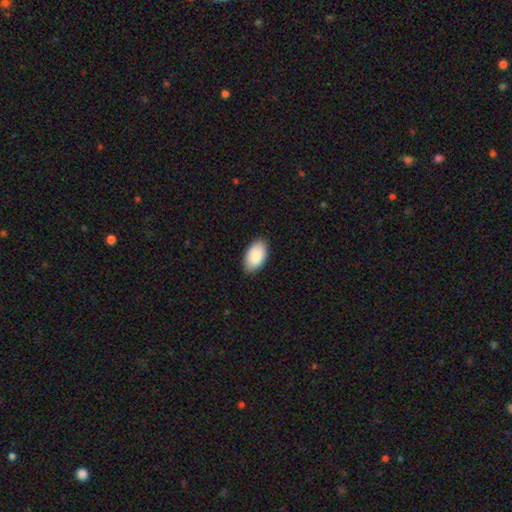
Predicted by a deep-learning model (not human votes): A smooth galaxy with no disk features (89%) that is in between round and cigar-shaped (95%).

Vote fractions:
- Smooth or featured? smooth: 89% / star or artifact: 6% / featured or disk: 5%
- How rounded? in between: 95% / round: 4% / cigar-shaped: 1%
- Merging? none: 88% / minor disturbance: 10% / major disturbance: 2% / merger: 1%